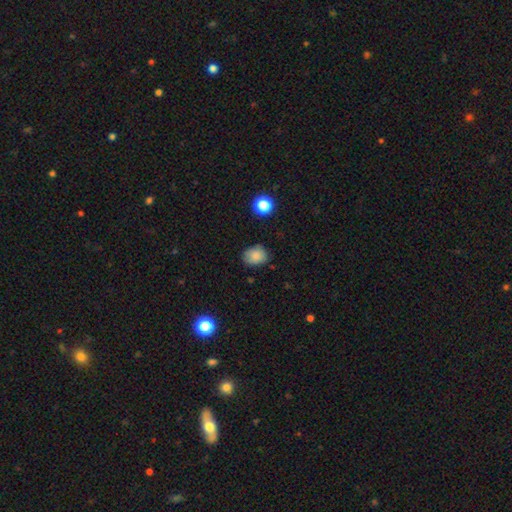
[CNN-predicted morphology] The model was most divided on "how rounded": in between: 56%, round: 44%, cigar-shaped: 1%. More confident: smooth or featured — smooth (85%); merging — none (76%).